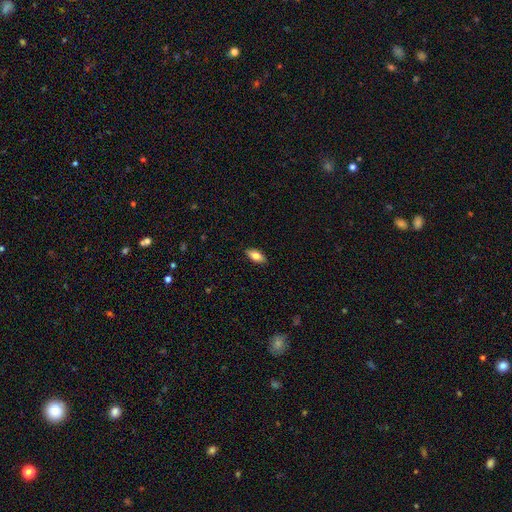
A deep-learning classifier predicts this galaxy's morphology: A smooth galaxy with no disk features (79%) that is in between round and cigar-shaped (89%).

Vote fractions:
- Smooth or featured? smooth: 79% / featured or disk: 14% / star or artifact: 7%
- How rounded? in between: 89% / cigar-shaped: 8% / round: 3%
- Merging? none: 89% / minor disturbance: 9% / major disturbance: 2% / merger: 1%